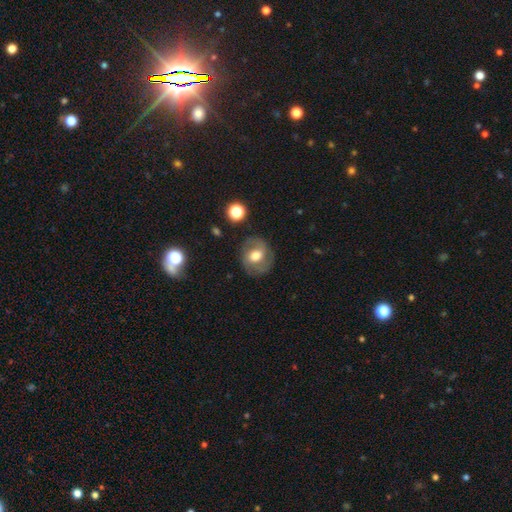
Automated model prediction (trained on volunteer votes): The model was most divided on "smooth or featured": featured or disk: 51%, smooth: 40%, star or artifact: 9%. More confident: edge-on disk — no (96%); merging — none (78%).